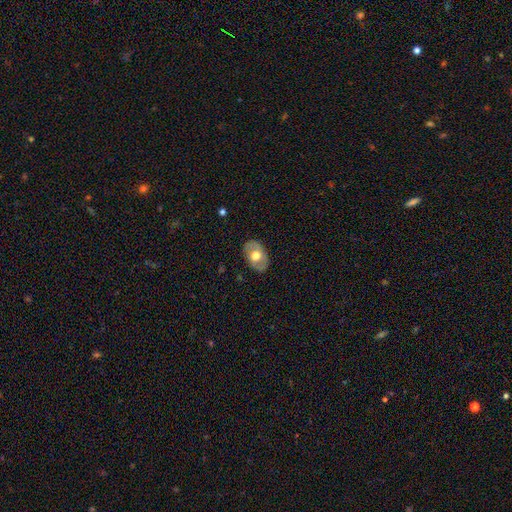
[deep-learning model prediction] smooth 50%, featured or disk 44%, star or artifact 6%. Down the decision tree: merging — none (83%).